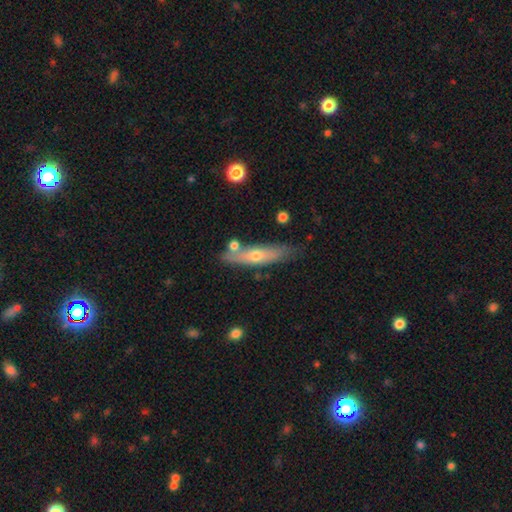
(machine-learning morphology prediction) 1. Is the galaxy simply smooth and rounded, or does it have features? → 48% featured or disk, 45% smooth, 6% star or artifact.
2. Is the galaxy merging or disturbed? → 74% none, 15% minor disturbance, 7% merger, 3% major disturbance.